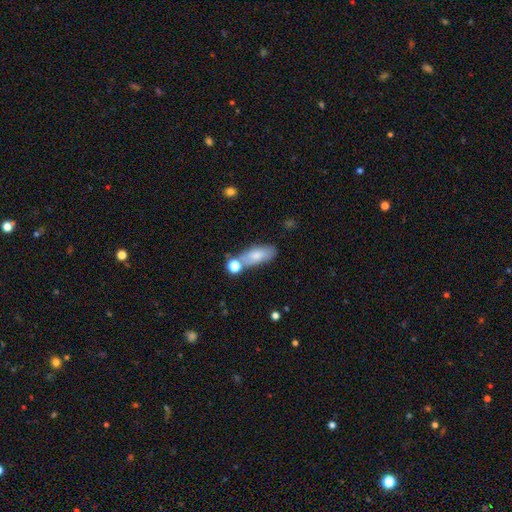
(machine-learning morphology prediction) smooth-or-featured: smooth: 74% | featured or disk: 18% | star or artifact: 8%
  how-rounded: in between: 77% | cigar-shaped: 19% | round: 4%
  merging: none: 58% | merger: 19% | minor disturbance: 17% | major disturbance: 6%